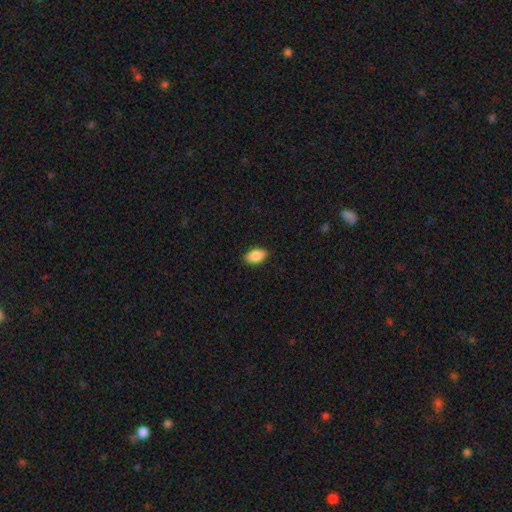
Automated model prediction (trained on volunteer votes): This is clearly a smooth galaxy (89%). How rounded: clearly in between (92%). Merging: clearly none (88%).